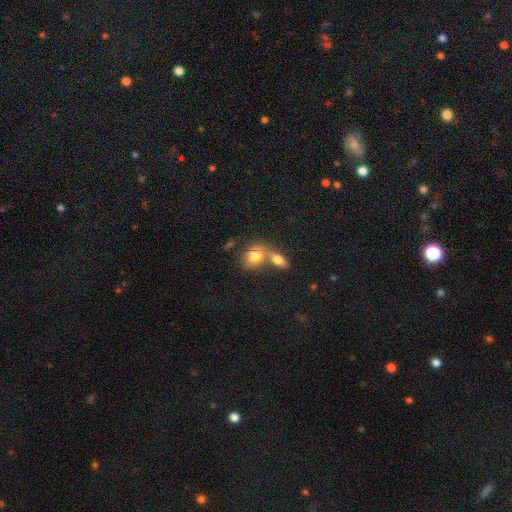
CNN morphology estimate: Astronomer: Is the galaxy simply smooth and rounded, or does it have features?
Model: smooth — 80%.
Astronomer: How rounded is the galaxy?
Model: in between — 66%.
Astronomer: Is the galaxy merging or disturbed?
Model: merger — 54% (runner-up: none, 34%).